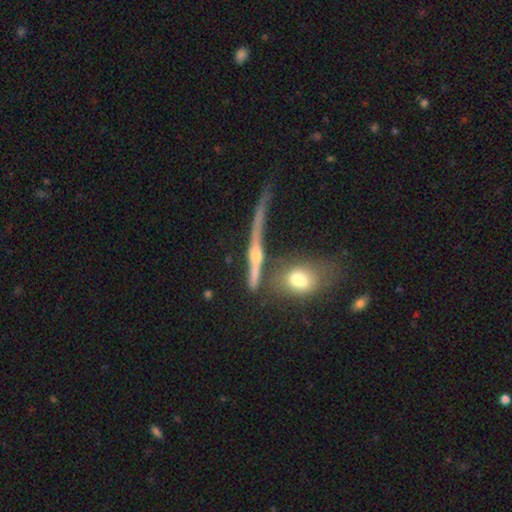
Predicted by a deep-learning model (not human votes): The model was most divided on "merging": none: 54%, merger: 19%, minor disturbance: 17%, major disturbance: 10%. More confident: edge-on disk — yes (91%); edge-on bulge — rounded (85%); smooth or featured — featured or disk (71%).